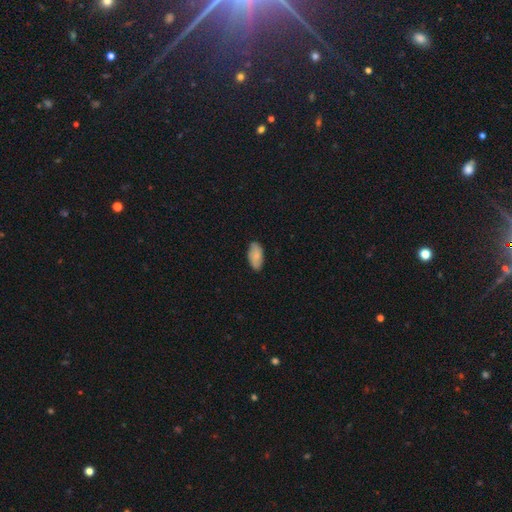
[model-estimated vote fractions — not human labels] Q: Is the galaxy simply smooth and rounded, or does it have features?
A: smooth — 81%.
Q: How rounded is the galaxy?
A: in between — 93%.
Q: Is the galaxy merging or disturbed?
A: none — 85%.